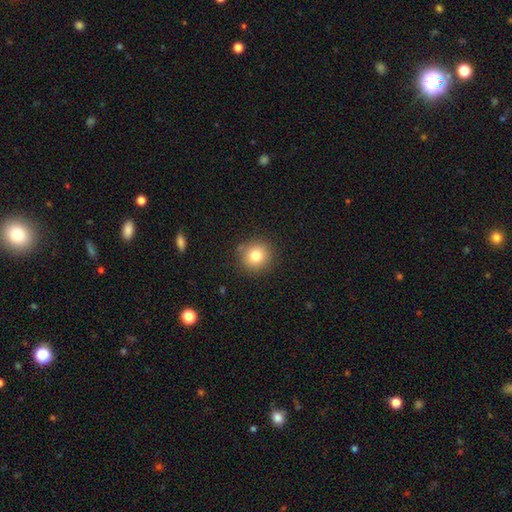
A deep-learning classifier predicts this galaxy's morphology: Smooth or featured? smooth (79%)
How rounded? round (90%)
Merging? none (85%)